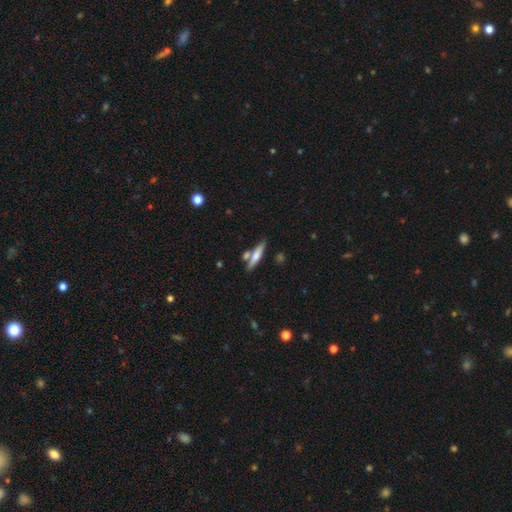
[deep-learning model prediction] smooth 55%, featured or disk 38%, star or artifact 6%. Down the decision tree: how rounded — cigar-shaped (84%); merging — none (69%).